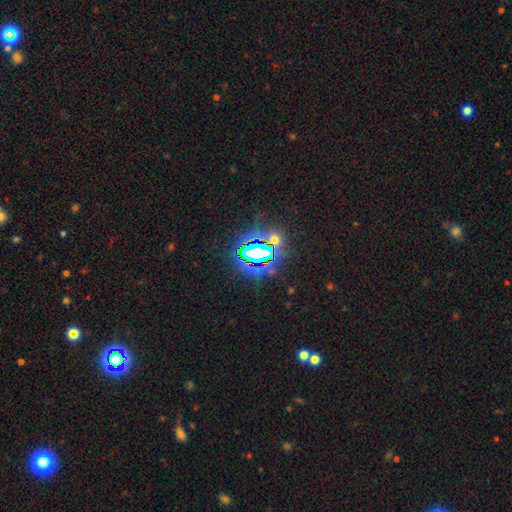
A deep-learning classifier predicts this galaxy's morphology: A star or artifact, not a galaxy (76%).

Vote fractions:
- Smooth or featured? star or artifact: 76% / smooth: 14% / featured or disk: 10%